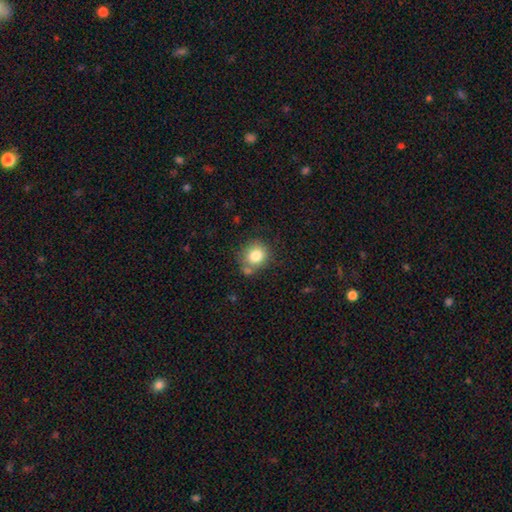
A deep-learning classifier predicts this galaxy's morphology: Smooth or featured? smooth (81%)
How rounded? round (82%)
Merging? none (66%)